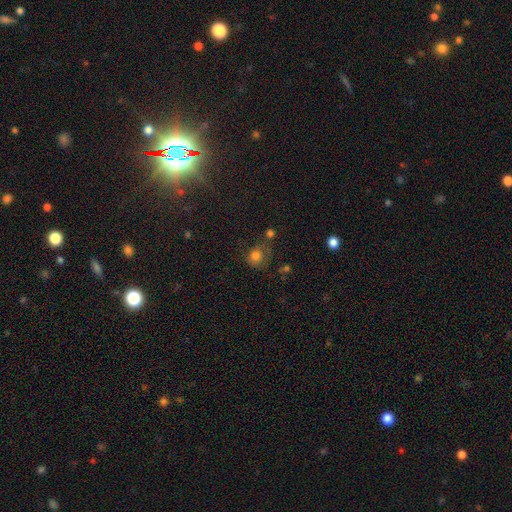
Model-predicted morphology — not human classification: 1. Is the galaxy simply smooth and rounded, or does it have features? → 76% smooth, 13% star or artifact, 10% featured or disk.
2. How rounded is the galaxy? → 79% round, 20% in between, 1% cigar-shaped.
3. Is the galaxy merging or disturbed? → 48% none, 23% minor disturbance, 16% major disturbance, 13% merger.